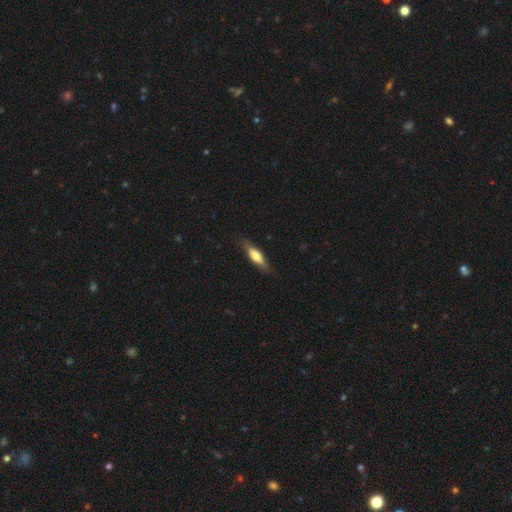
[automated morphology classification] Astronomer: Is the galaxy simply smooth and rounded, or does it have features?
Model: smooth — 56% (runner-up: featured or disk, 38%).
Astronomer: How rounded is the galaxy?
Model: cigar-shaped — 58% (runner-up: in between, 40%).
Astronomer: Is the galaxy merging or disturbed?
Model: none — 78%.